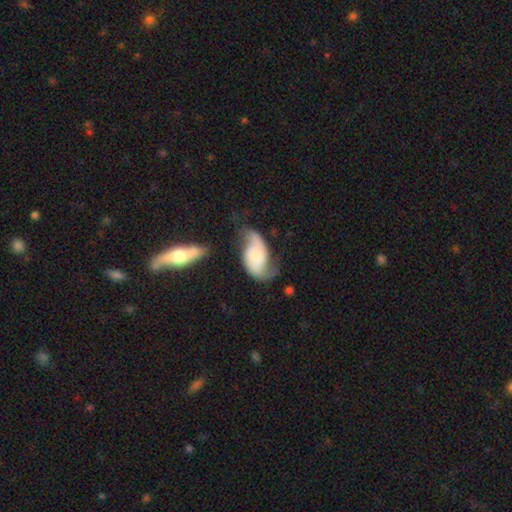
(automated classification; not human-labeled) The model was most divided on "merging": none: 44%, minor disturbance: 29%, major disturbance: 20%, merger: 7%. Remaining: edge-on disk — no (96%); spiral arms — yes (92%); spiral arm count — 2 (88%); smooth or featured — featured or disk (67%); bar — no (60%); spiral winding — loose (60%); bulge size — small (43%).